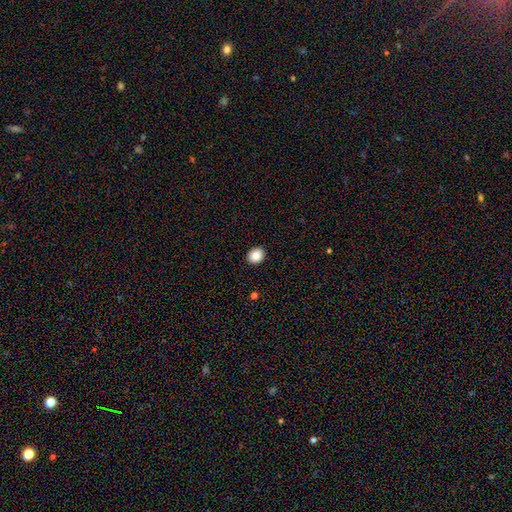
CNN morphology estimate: Smooth or featured? smooth (87%)
How rounded? round (68%)
Merging? none (92%)